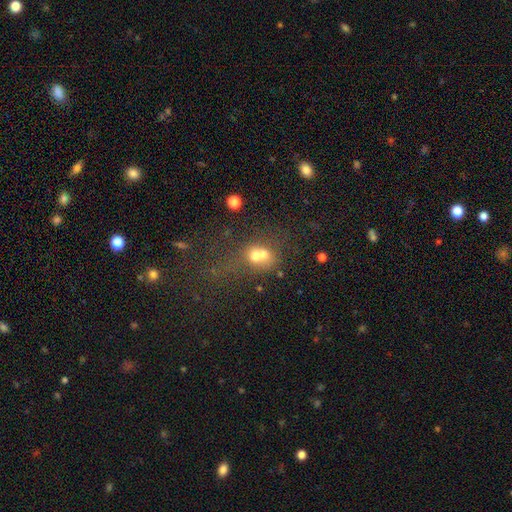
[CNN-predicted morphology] Smooth or featured? smooth (57%)
How rounded? round (65%)
Merging? merger (63%)